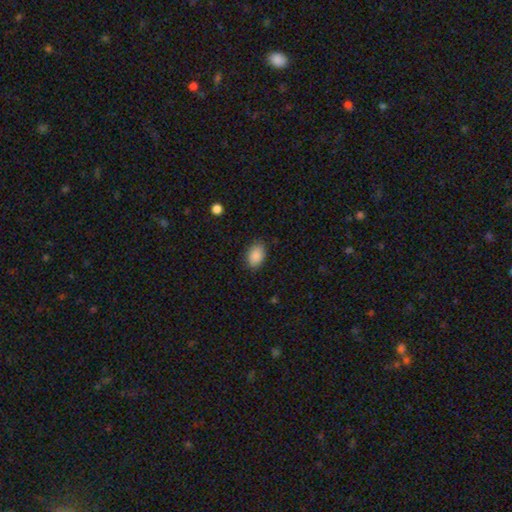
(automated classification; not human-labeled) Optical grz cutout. It shows a smooth galaxy with no disk features (89%) that is in between round and cigar-shaped (87%). Merging: none (85%).